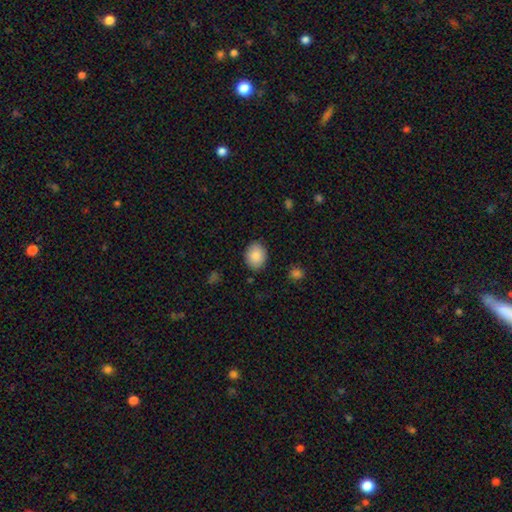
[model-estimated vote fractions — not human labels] Smooth or featured? Predicted: smooth (p=0.87). How rounded? Predicted: in between (p=0.59). Merging? Predicted: none (p=0.87).